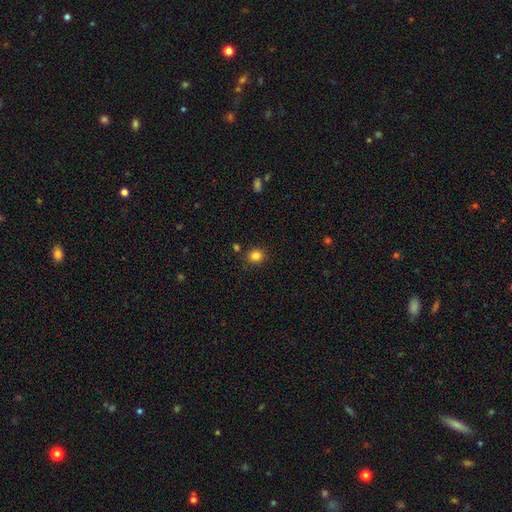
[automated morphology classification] The model was most divided on "how rounded": round: 81%, in between: 18%, cigar-shaped: 1%. More confident: merging — none (85%); smooth or featured — smooth (83%).